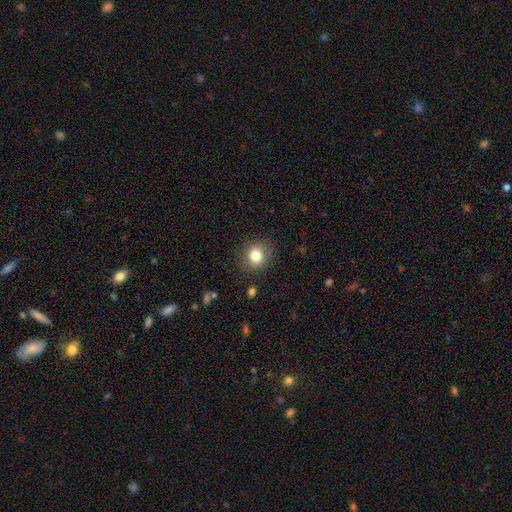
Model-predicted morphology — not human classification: Overall: smooth (81%). How rounded: round (80%). Merging: none (86%).